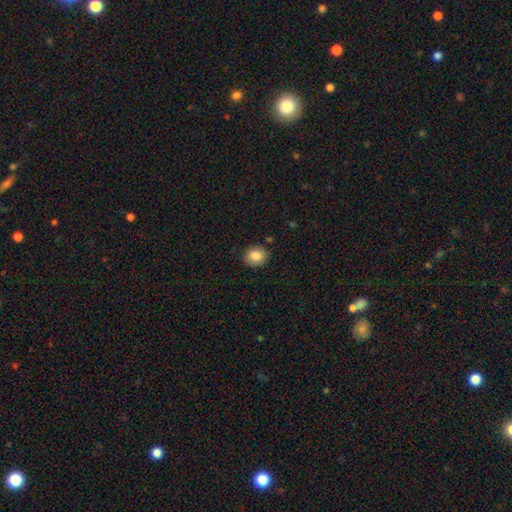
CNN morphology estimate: Overall: smooth (84%). How rounded: round (75%). Merging: none (88%).